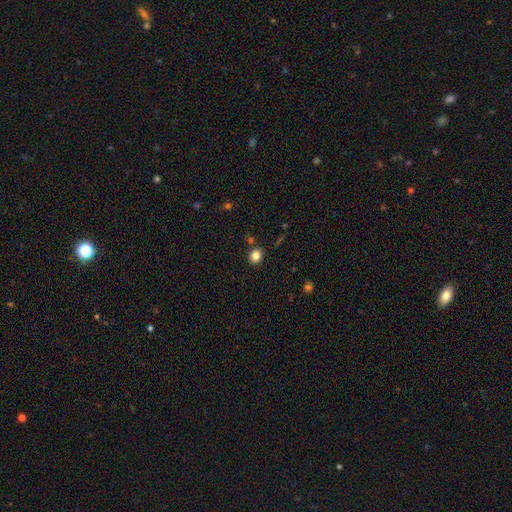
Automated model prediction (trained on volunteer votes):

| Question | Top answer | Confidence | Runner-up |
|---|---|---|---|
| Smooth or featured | smooth | 83% | star or artifact (12%) |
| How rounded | round | 66% | in between (33%) |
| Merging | none | 85% | minor disturbance (9%) |